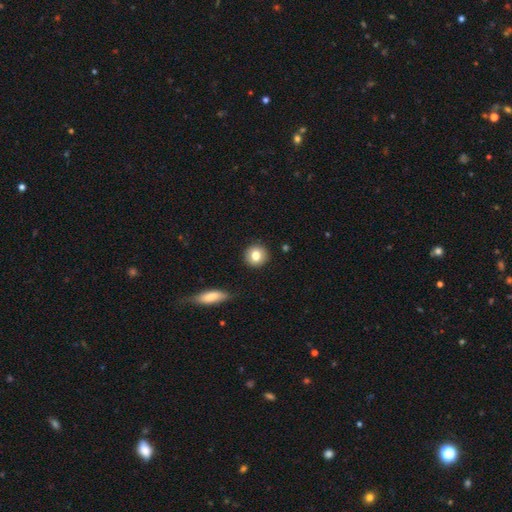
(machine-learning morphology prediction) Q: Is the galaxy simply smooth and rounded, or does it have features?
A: smooth — 80%.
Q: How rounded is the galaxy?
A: round — 91%.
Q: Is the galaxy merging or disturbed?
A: none — 89%.